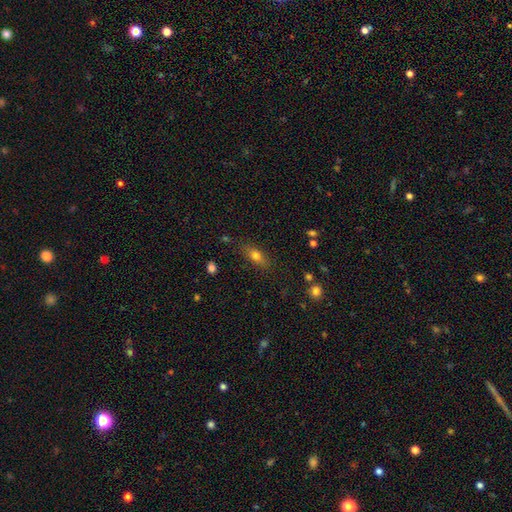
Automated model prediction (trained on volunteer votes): Smooth or featured? Predicted: smooth (p=0.74). How rounded? Predicted: in between (p=0.73). Merging? Predicted: none (p=0.81).